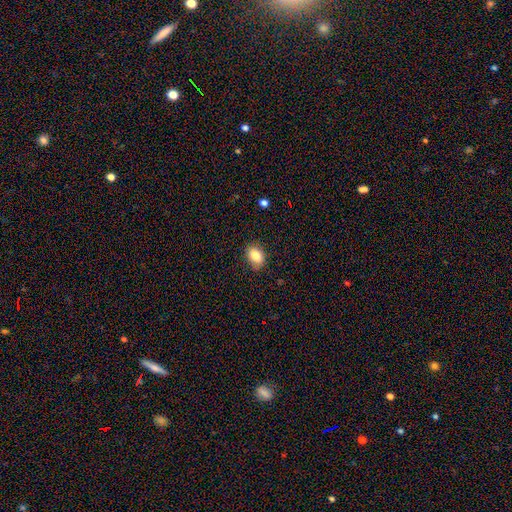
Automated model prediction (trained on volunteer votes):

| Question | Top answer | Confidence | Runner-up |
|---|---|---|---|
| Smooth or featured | smooth | 84% | star or artifact (9%) |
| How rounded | in between | 77% | round (22%) |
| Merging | none | 80% | minor disturbance (16%) |